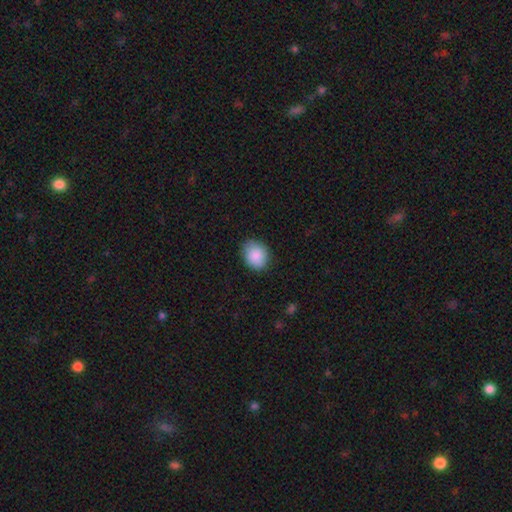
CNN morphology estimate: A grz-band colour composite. It shows a smooth galaxy with no disk features (88%) that is round (60%). Merging: none (86%).